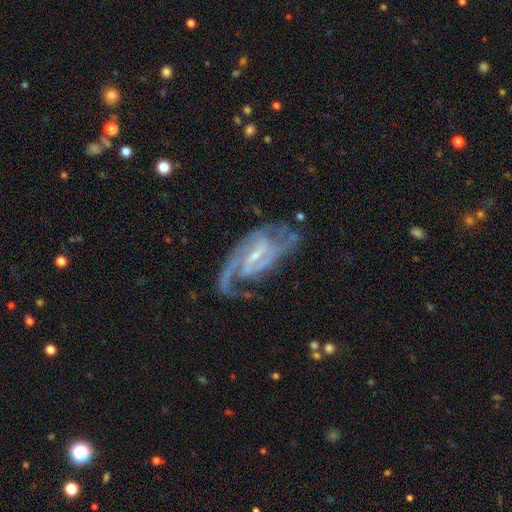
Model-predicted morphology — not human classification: The model was most divided on "bar": weak: 47%, strong: 38%, no: 15%. More confident: spiral arms — yes (97%); edge-on disk — no (95%); smooth or featured — featured or disk (90%); spiral arm count — 2 (69%); bulge size — small (68%); merging — none (63%); spiral winding — medium (52%).